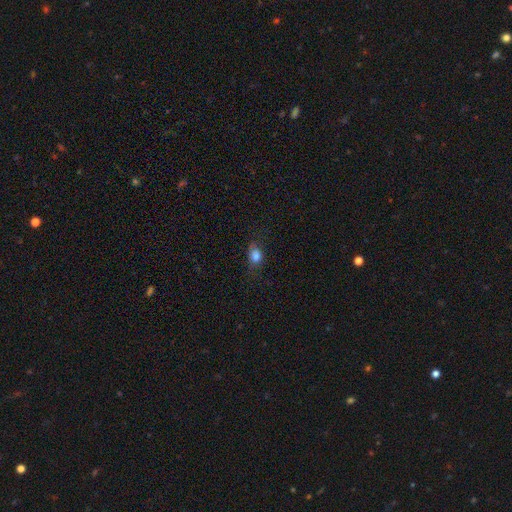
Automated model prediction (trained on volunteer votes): Overall: smooth (80%). How rounded: in between (62%; round 36%). Merging: none (54%; minor disturbance 28%).